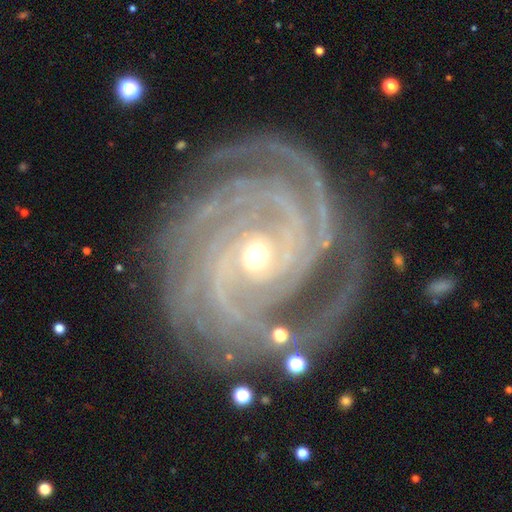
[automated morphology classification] A featured or disk galaxy (92%) with no bar (48%), 4 (26%, tied with 3) tight (82%) spiral arms (99%) and a small central bulge (58%). Merging: none (77%).